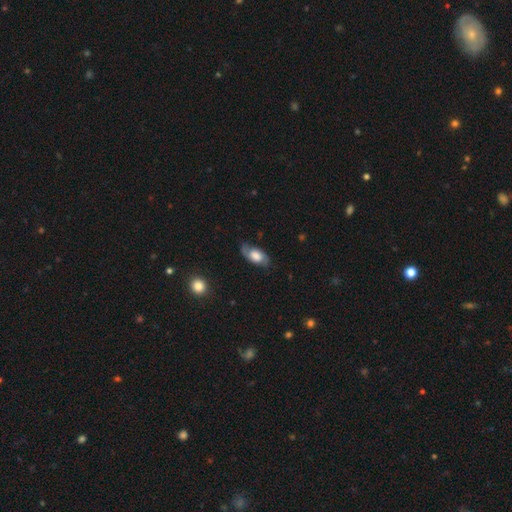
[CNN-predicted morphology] type=featured or disk (48%); merging=none (69%).